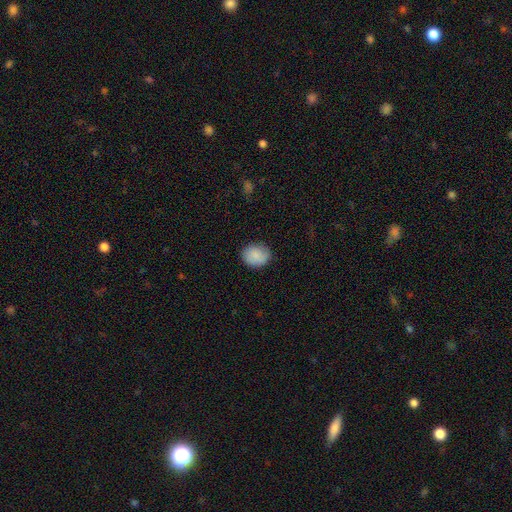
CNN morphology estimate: Q: Smooth or featured?
A: smooth (88%); runner-up: star or artifact (7%)
Q: How rounded?
A: round (58%); runner-up: in between (41%)
Q: Merging?
A: none (84%); runner-up: minor disturbance (13%)